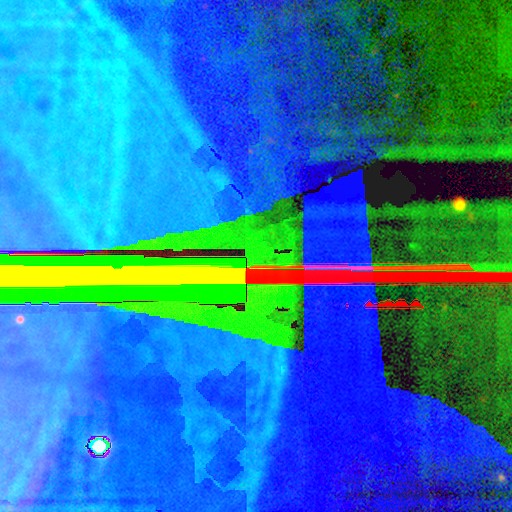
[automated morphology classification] Smooth or featured? Predicted: star or artifact (p=0.85).